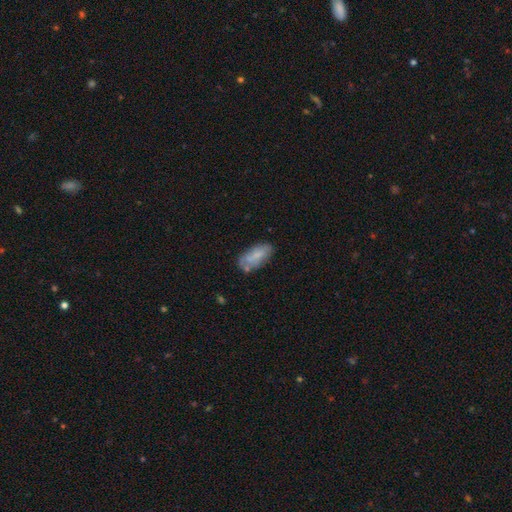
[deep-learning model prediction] This is likely a smooth galaxy (66%). How rounded: clearly in between (89%). Merging: possibly none (58%).